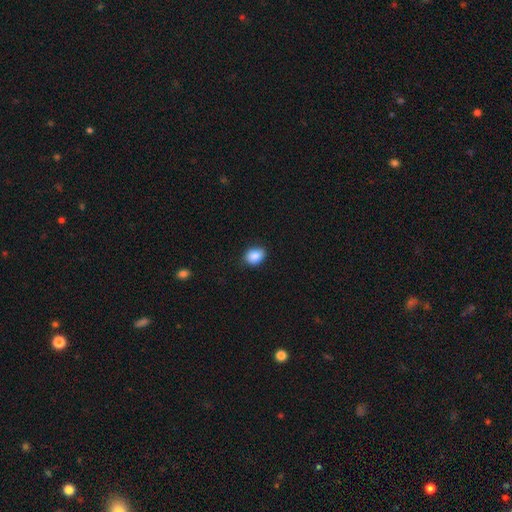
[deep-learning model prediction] This is clearly a smooth galaxy (87%). How rounded: possibly in between (59%). Merging: clearly none (86%).